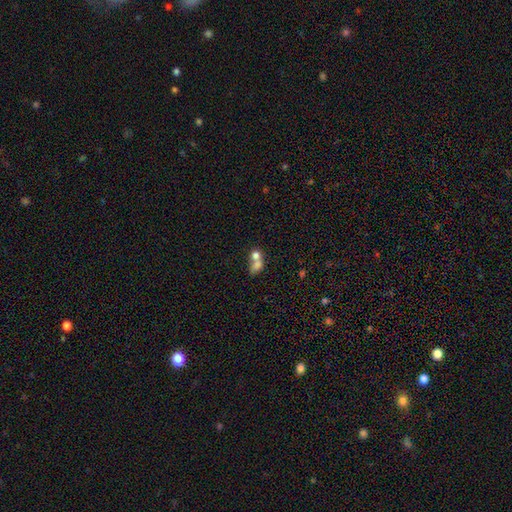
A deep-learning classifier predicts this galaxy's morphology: A smooth galaxy with no disk features (70%) that is round (52%).

Vote fractions:
- Smooth or featured? smooth: 70% / featured or disk: 18% / star or artifact: 13%
- How rounded? round: 52% / in between: 45% / cigar-shaped: 3%
- Merging? merger: 65% / none: 23% / minor disturbance: 6% / major disturbance: 5%